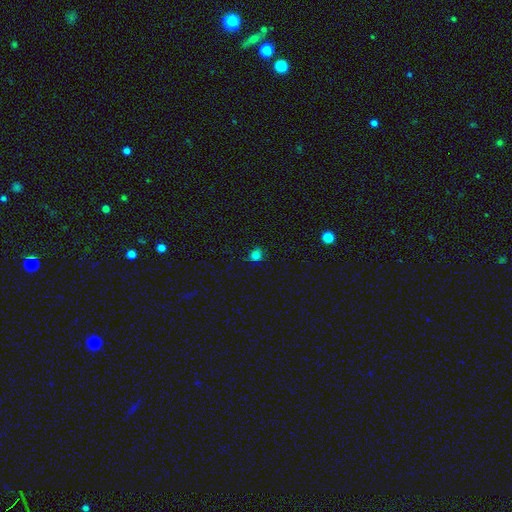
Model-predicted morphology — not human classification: smooth 80%, star or artifact 16%, featured or disk 5%. Down the decision tree: how rounded — round (83%); merging — none (78%).